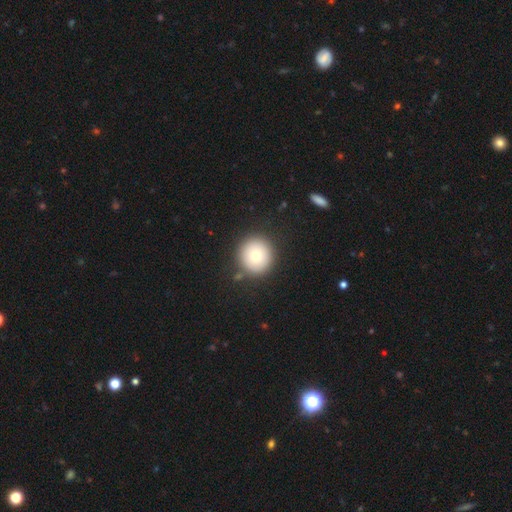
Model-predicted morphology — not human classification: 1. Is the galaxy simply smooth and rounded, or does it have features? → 74% smooth, 15% featured or disk, 10% star or artifact.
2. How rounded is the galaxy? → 95% round, 4% in between, 1% cigar-shaped.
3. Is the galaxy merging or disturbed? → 87% none, 8% minor disturbance, 3% major disturbance, 3% merger.